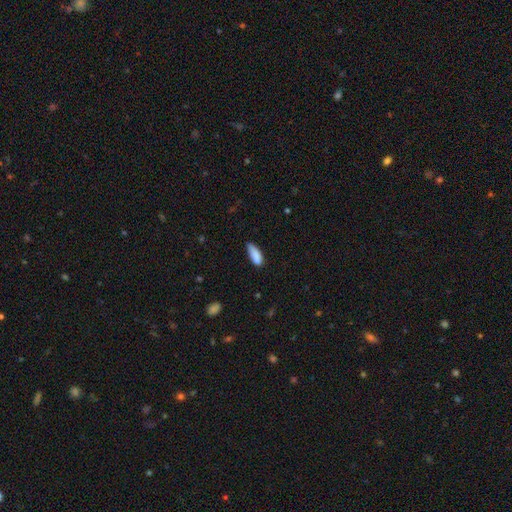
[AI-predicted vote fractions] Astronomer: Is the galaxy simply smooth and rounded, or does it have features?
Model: smooth — 87%.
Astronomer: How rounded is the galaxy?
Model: in between — 72%.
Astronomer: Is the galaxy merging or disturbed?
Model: none — 57% (runner-up: minor disturbance, 35%).